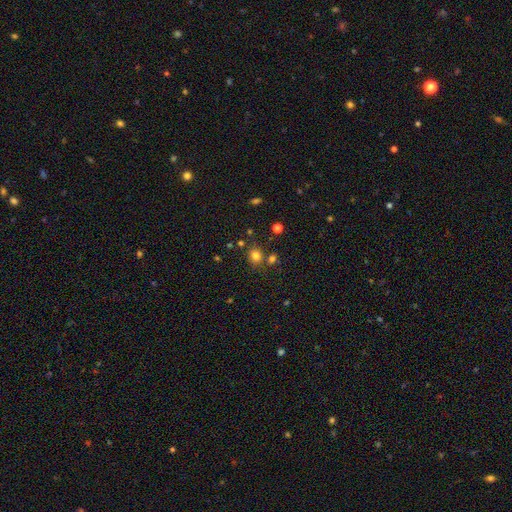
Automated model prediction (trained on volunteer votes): smooth_or_featured: smooth (p=0.77) [alt: star or artifact p=0.16]
how_rounded: round (p=0.71) [alt: in between p=0.28]
merging: none (p=0.74) [alt: merger p=0.12]